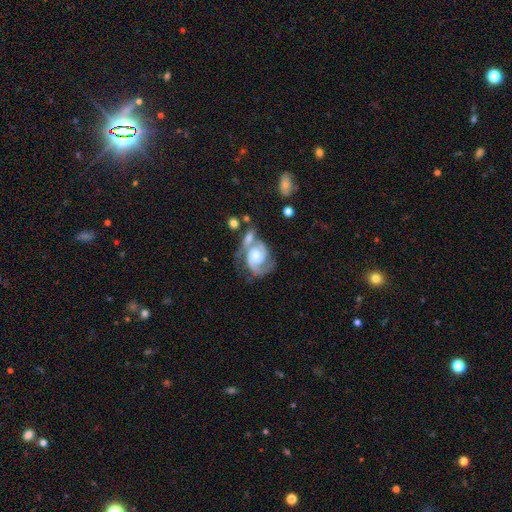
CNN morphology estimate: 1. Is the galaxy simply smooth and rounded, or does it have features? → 86% featured or disk, 9% smooth, 5% star or artifact.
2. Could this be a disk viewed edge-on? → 98% no, 2% yes.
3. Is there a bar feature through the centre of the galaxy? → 66% no, 28% weak, 7% strong.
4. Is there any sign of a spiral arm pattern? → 96% yes, 4% no.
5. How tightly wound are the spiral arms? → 47% medium, 39% tight, 13% loose.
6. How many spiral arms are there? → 83% 2, 5% can't tell, 5% 3, 4% 1, 1% 4, 1% more than 4.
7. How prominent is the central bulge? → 47% moderate, 29% small, 16% large, 6% none, 2% dominant.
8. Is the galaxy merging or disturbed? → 39% none, 28% merger, 18% minor disturbance, 15% major disturbance.